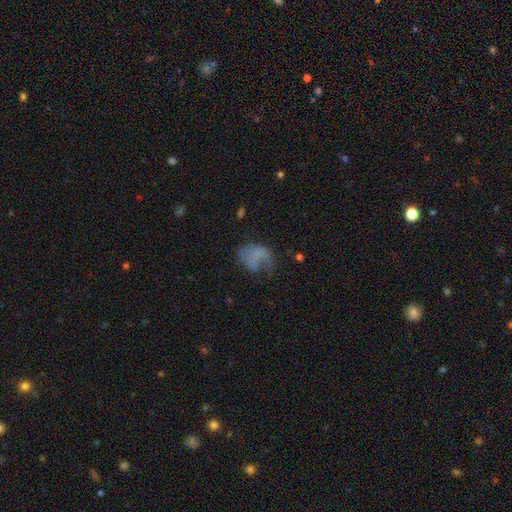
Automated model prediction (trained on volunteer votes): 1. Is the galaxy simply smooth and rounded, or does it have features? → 54% smooth, 33% featured or disk, 13% star or artifact.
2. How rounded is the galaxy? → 69% in between, 29% round, 1% cigar-shaped.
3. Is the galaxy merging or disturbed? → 44% major disturbance, 28% none, 24% minor disturbance, 4% merger.